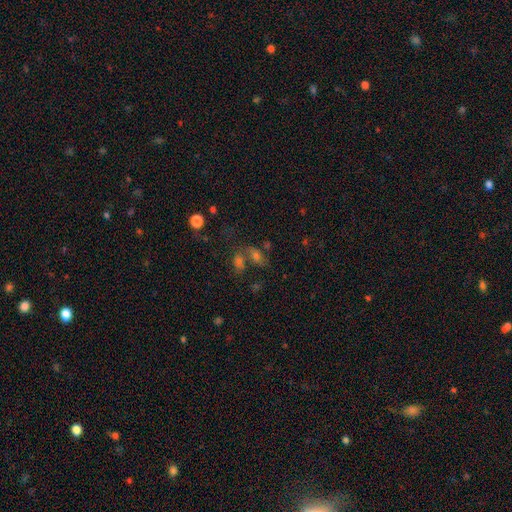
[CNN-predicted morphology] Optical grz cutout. It shows a smooth galaxy with no disk features (52%) that is in between round and cigar-shaped (74%). Merging: merger (43%).